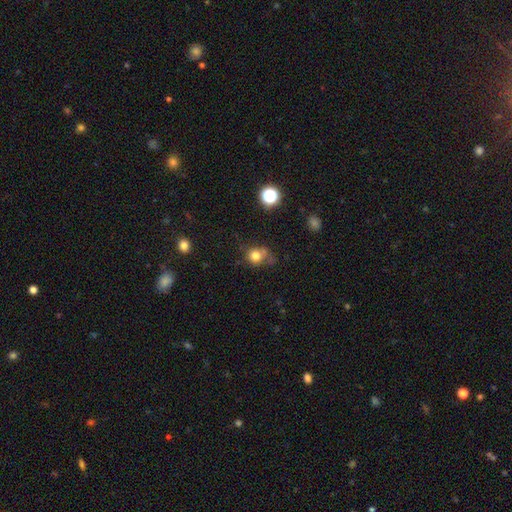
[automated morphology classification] Smooth or featured: smooth — 77% (star or artifact — 14%)
How rounded: round — 79% (in between — 20%)
Merging: none — 52% (minor disturbance — 25%)